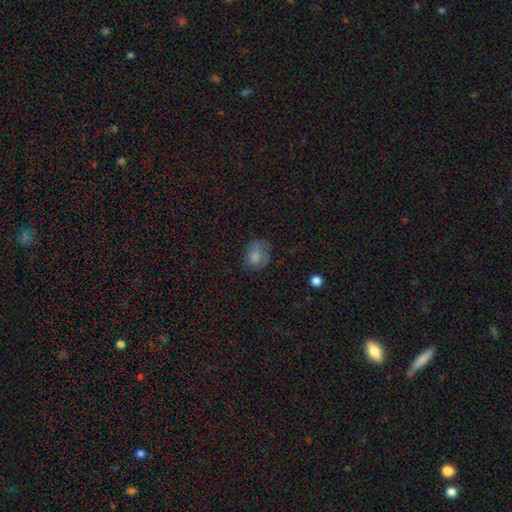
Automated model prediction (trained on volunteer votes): Morphology: type=smooth (77%); roundness=round (61%); merging=none (61%).